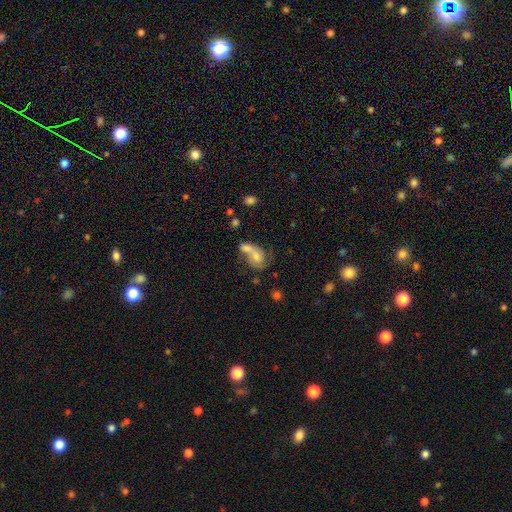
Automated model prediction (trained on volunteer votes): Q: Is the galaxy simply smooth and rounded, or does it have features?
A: smooth — 49%.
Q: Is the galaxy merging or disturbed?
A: merger — 64%.